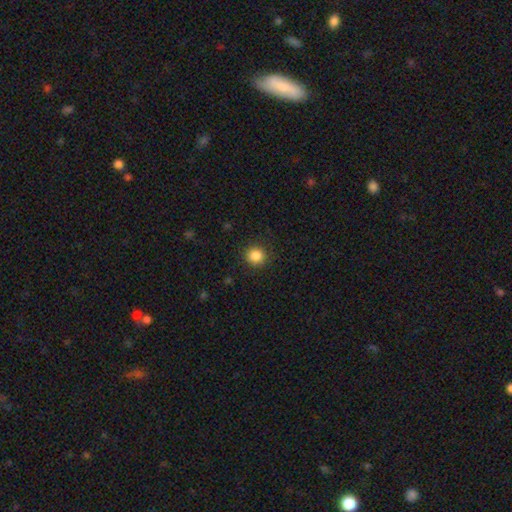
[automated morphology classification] Smooth or featured? smooth (85%)
How rounded? round (90%)
Merging? none (90%)